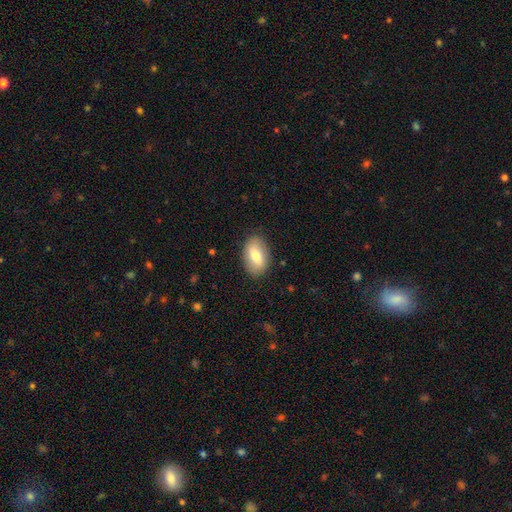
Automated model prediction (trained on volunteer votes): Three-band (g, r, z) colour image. It shows a smooth galaxy with no disk features (67%) that is in between round and cigar-shaped (89%). Merging: none (86%).